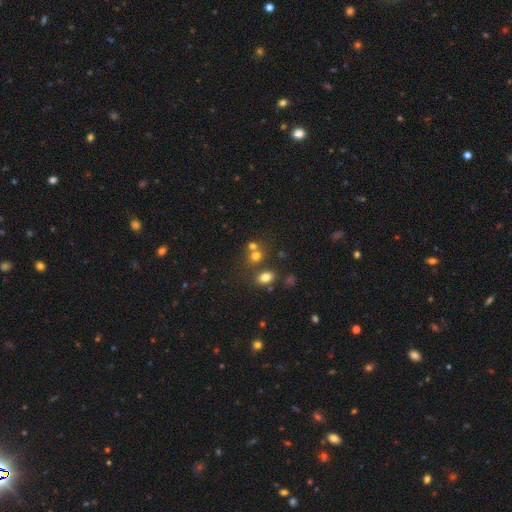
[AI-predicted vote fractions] Smooth or featured: smooth — 70% (star or artifact — 19%)
How rounded: round — 62% (in between — 37%)
Merging: none — 53% (merger — 33%)